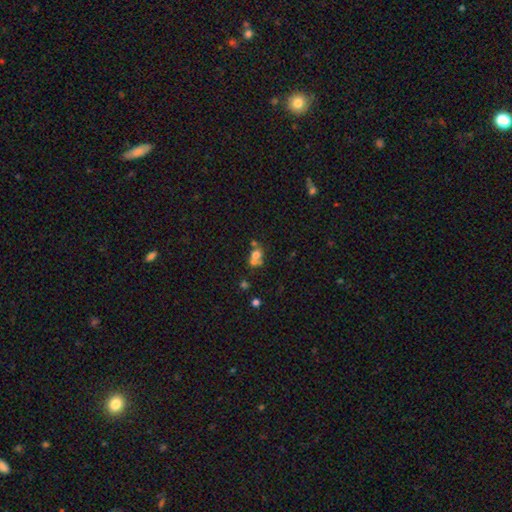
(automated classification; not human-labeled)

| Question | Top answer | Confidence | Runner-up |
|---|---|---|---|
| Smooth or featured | smooth | 62% | featured or disk (22%) |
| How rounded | round | 63% | in between (35%) |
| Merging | merger | 54% | none (33%) |